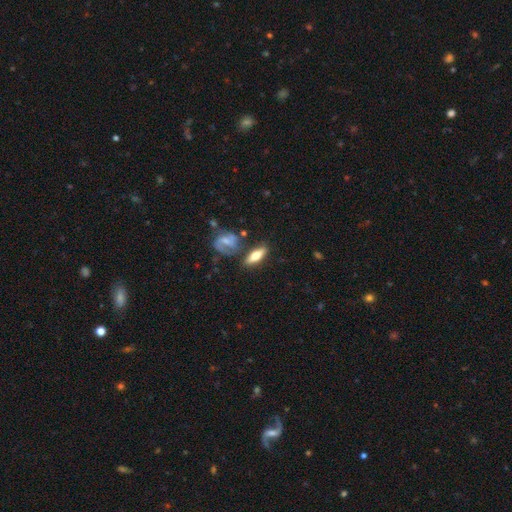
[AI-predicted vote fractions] Morphology: type=smooth (50%); merging=none (71%).